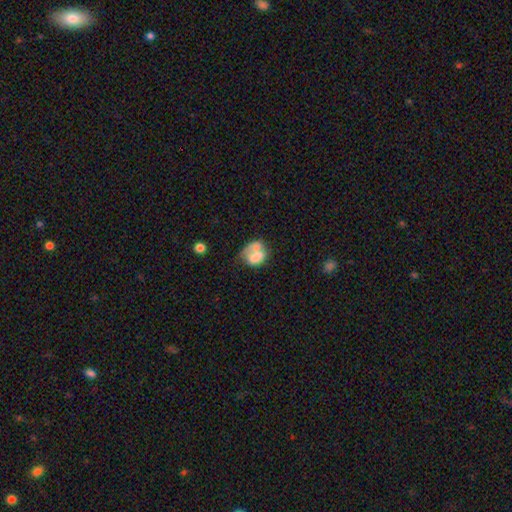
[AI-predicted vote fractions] This appears to be a smooth galaxy with no disk features (61%) that is in between round and cigar-shaped (65%). Merging: merger (37%).